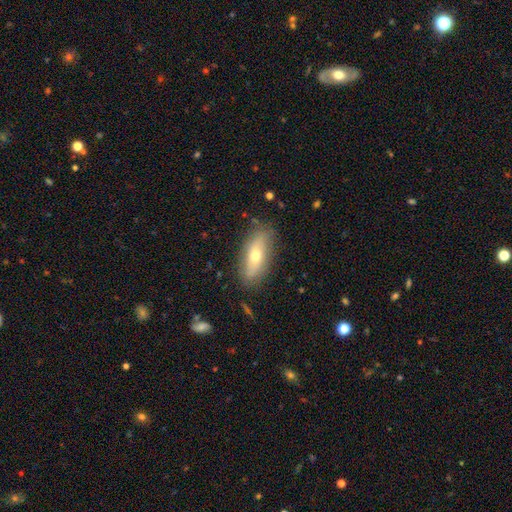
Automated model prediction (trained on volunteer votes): The model was most divided on "smooth or featured": smooth: 56%, featured or disk: 37%, star or artifact: 7%. More confident: merging — none (81%); how rounded — in between (70%).